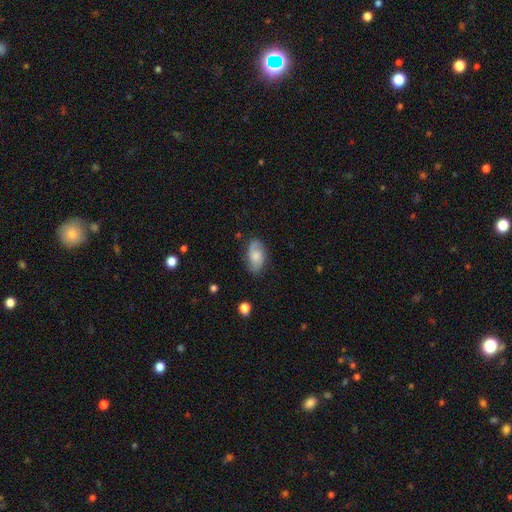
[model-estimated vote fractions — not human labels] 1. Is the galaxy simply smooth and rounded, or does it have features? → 54% featured or disk, 39% smooth, 7% star or artifact.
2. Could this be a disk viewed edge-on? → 96% no, 4% yes.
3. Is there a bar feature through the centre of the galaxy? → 63% no, 32% weak, 4% strong.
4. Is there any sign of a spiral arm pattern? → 91% yes, 9% no.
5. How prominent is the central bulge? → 36% moderate, 29% small, 19% none, 13% large, 2% dominant.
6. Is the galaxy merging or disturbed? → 76% none, 18% minor disturbance, 5% major disturbance, 1% merger.